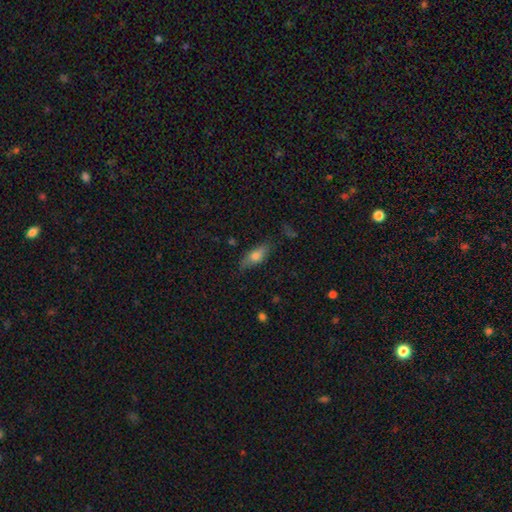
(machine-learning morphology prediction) Smooth or featured? Predicted: smooth (p=0.67). How rounded? Predicted: in between (p=0.67). Merging? Predicted: none (p=0.76).